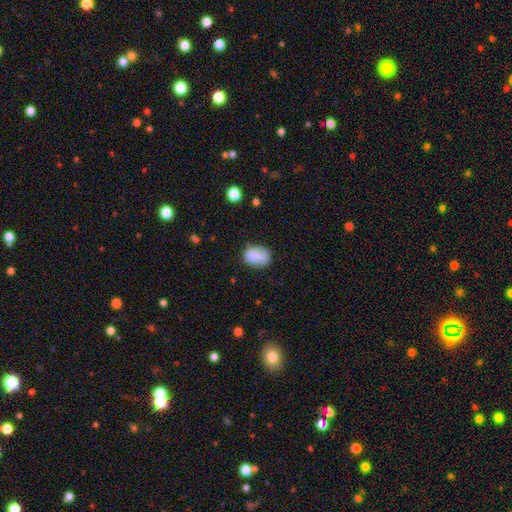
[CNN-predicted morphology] Overall: smooth (84%). How rounded: in between (72%). Merging: none (75%).